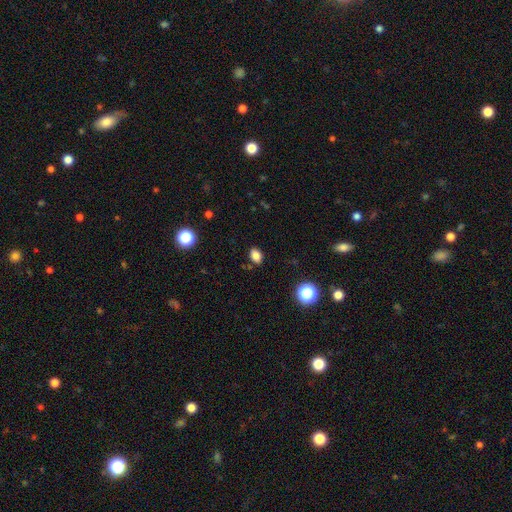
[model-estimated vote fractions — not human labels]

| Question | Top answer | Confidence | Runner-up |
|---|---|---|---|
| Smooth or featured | smooth | 82% | star or artifact (12%) |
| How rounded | in between | 77% | round (21%) |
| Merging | none | 86% | minor disturbance (10%) |